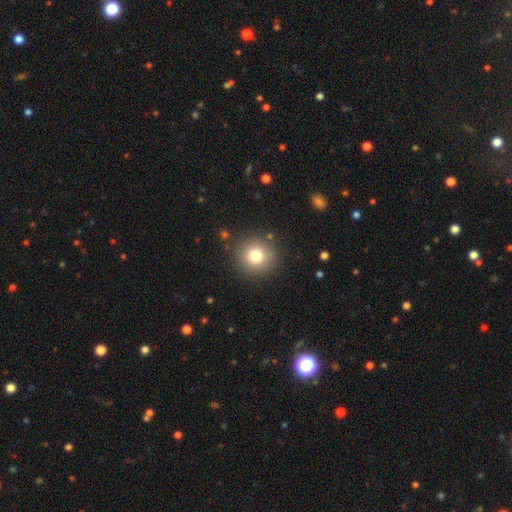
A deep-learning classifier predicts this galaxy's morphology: This is likely a smooth galaxy (78%). How rounded: clearly round (94%). Merging: clearly none (88%).